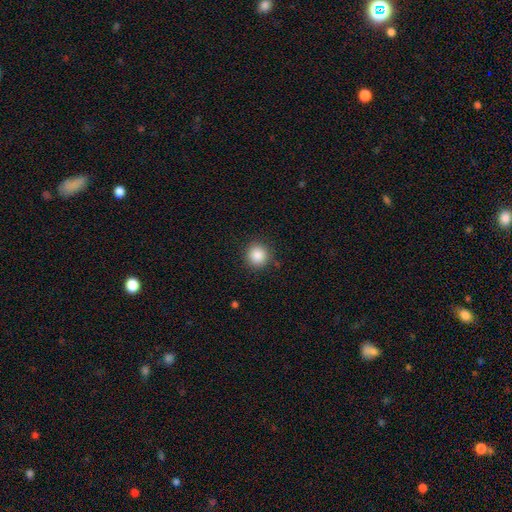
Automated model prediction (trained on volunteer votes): A smooth galaxy with no disk features (87%) that is round (93%).

Vote fractions:
- Smooth or featured? smooth: 87% / star or artifact: 9% / featured or disk: 4%
- How rounded? round: 93% / in between: 6% / cigar-shaped: 1%
- Merging? none: 89% / minor disturbance: 7% / major disturbance: 2% / merger: 1%